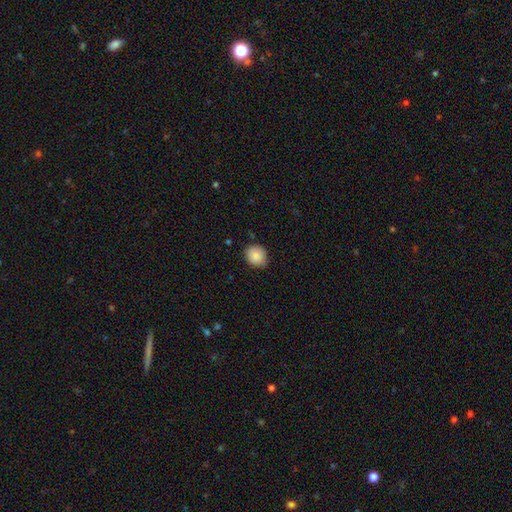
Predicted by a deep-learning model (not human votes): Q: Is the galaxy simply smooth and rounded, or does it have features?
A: smooth — 87%.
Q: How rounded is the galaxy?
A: round — 76%.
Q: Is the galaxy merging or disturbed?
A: none — 79%.